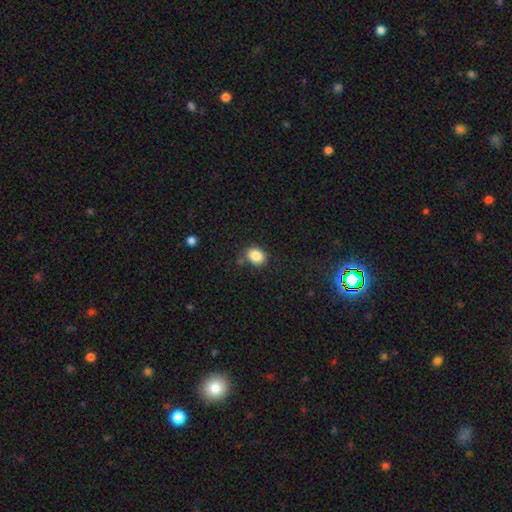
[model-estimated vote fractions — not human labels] Overall: smooth (86%). How rounded: in between (56%; round 43%). Merging: none (75%).